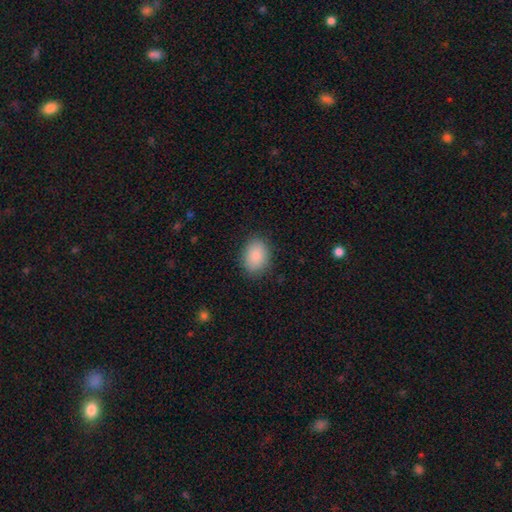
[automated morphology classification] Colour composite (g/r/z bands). It shows a smooth galaxy with no disk features (88%) that is in between round and cigar-shaped (71%). Merging: none (84%).